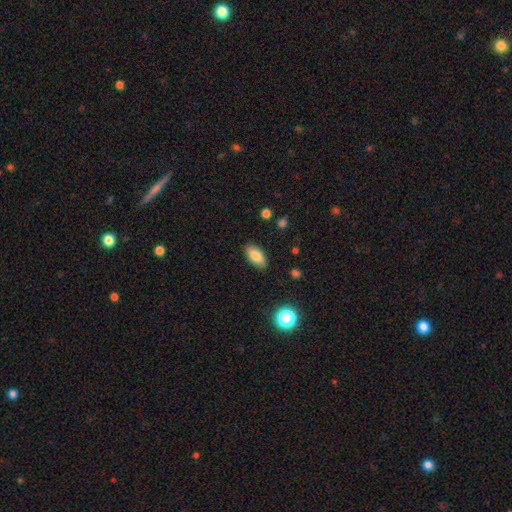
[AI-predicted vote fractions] Overall: smooth (83%). How rounded: in between (89%). Merging: none (86%).